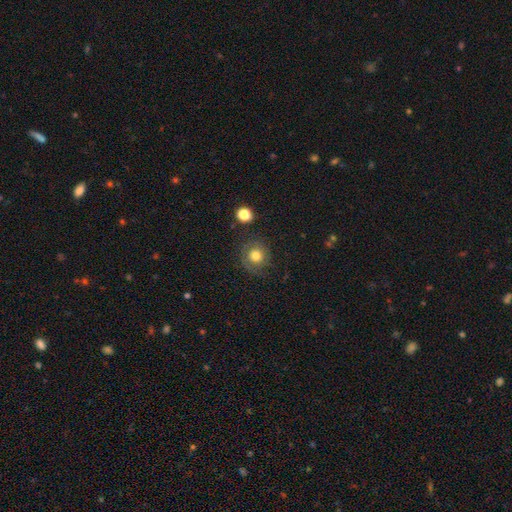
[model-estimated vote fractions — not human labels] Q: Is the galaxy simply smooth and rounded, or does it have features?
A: smooth — 62%.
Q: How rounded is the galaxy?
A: round — 89%.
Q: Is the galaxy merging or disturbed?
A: none — 75%.